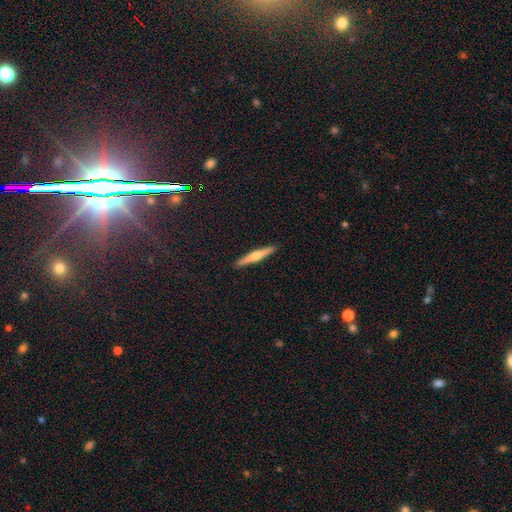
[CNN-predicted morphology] The model was most divided on "smooth or featured": featured or disk: 60%, smooth: 34%, star or artifact: 6%. More confident: edge-on disk — yes (98%); merging — none (92%); edge-on bulge — rounded (86%).